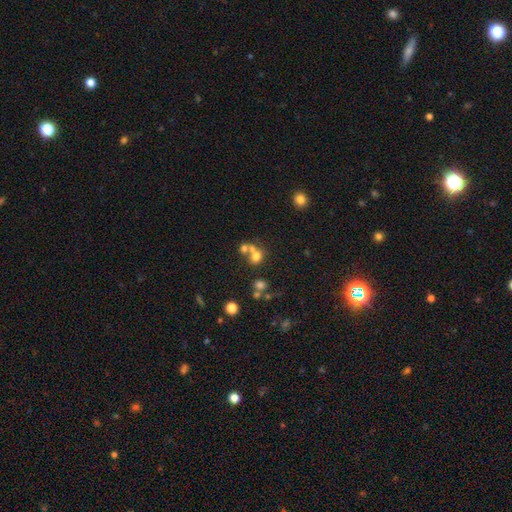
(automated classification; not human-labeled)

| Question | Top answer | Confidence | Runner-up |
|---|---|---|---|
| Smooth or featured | smooth | 65% | star or artifact (18%) |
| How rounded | round | 74% | in between (25%) |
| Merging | merger | 48% | none (39%) |